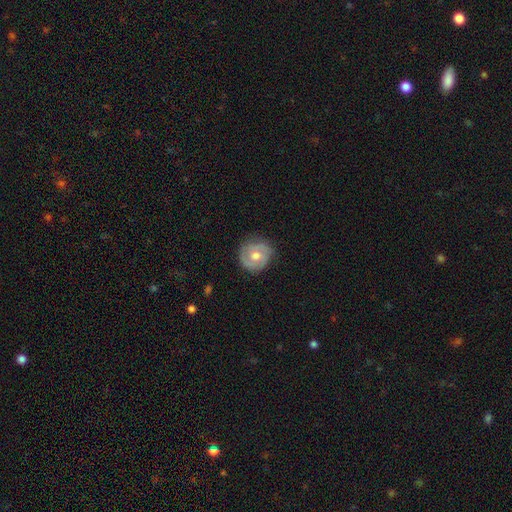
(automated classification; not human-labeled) smooth_or_featured: featured or disk (p=0.60) [alt: smooth p=0.33]
disk_edge_on: no (p=0.97) [alt: yes p=0.03]
bar: no (p=0.65) [alt: weak p=0.29]
has_spiral_arms: yes (p=0.80) [alt: no p=0.20]
bulge_size: moderate (p=0.76) [alt: small p=0.13]
merging: none (p=0.79) [alt: minor disturbance p=0.16]